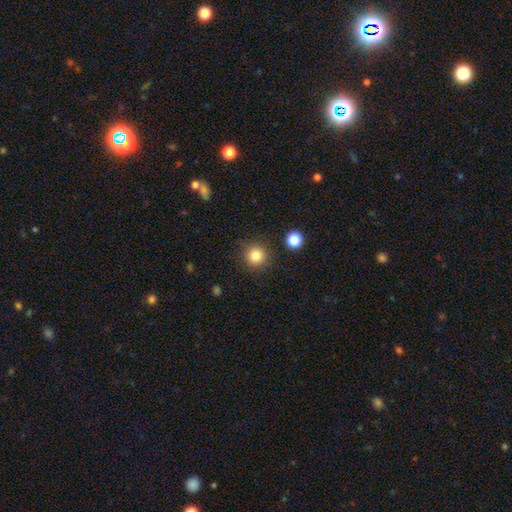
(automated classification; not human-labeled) This is clearly a smooth galaxy (83%). How rounded: clearly round (94%). Merging: clearly none (87%).